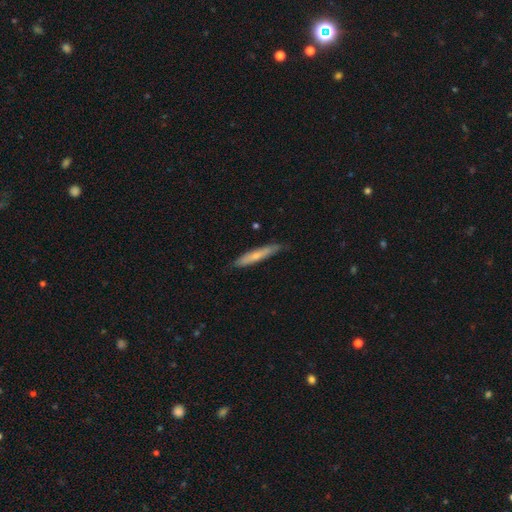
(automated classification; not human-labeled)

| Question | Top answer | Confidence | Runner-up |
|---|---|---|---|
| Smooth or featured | smooth | 60% | featured or disk (34%) |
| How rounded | cigar-shaped | 92% | in between (6%) |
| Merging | none | 81% | minor disturbance (16%) |